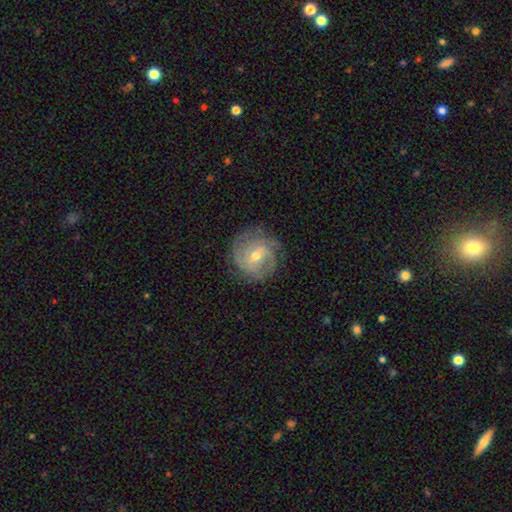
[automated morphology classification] smooth-or-featured: featured or disk: 78% | smooth: 15% | star or artifact: 7%
  disk-edge-on: no: 97% | yes: 3%
    bar: weak: 47% | no: 38% | strong: 15%
    has-spiral-arms: yes: 91% | no: 9%
      spiral-winding: tight: 53% | medium: 35% | loose: 12%
      spiral-arm-count: 2: 33% | can't tell: 27% | 3: 24% | 4: 7% | 1: 5% | more than 4: 4%
    bulge-size: moderate: 55% | small: 42% | large: 2% | none: 1% | dominant: 1%
  merging: none: 77% | minor disturbance: 15% | major disturbance: 6% | merger: 1%